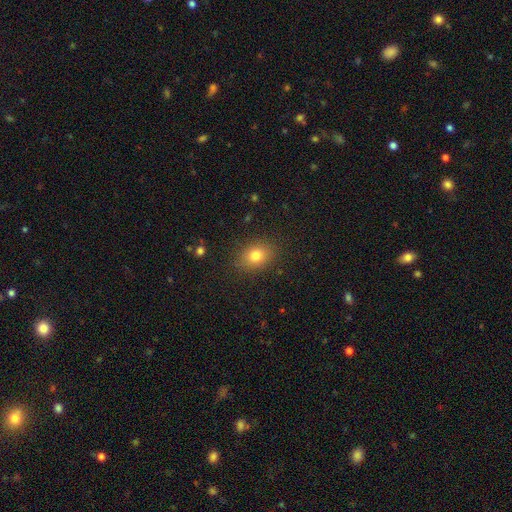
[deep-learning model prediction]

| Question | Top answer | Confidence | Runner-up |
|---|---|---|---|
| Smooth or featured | smooth | 79% | star or artifact (12%) |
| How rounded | in between | 53% | round (46%) |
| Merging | none | 87% | minor disturbance (9%) |